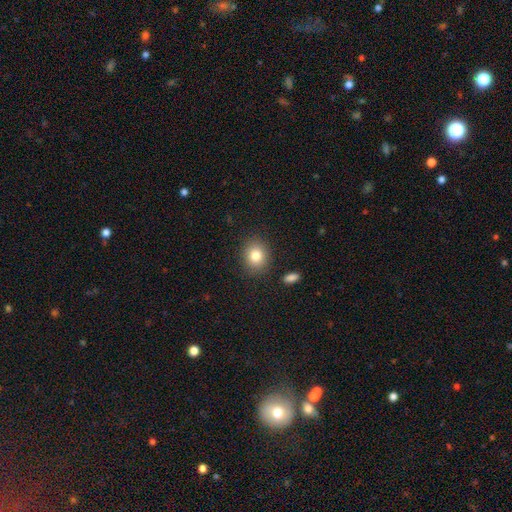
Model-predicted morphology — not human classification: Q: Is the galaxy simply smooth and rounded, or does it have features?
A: smooth — 81%.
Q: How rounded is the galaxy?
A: round — 67%.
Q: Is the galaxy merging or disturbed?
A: none — 86%.